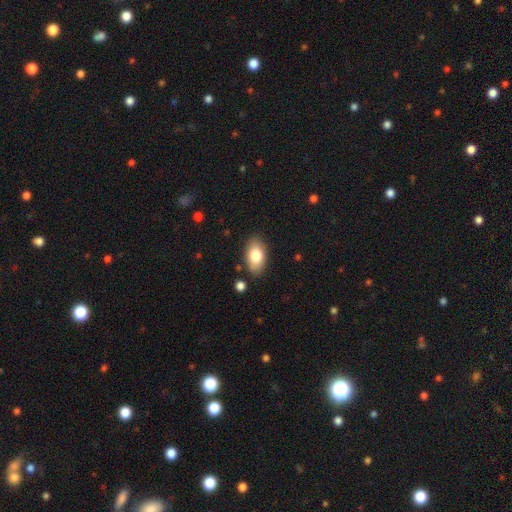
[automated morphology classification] type=smooth (78%); roundness=in between (91%); merging=none (84%).